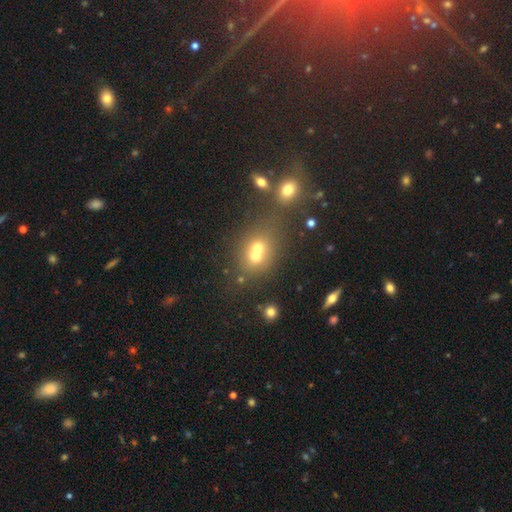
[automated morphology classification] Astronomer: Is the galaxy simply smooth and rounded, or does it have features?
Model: smooth — 49% (runner-up: star or artifact, 37%).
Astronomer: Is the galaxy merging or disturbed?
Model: merger — 43%, tied with none at 43%.